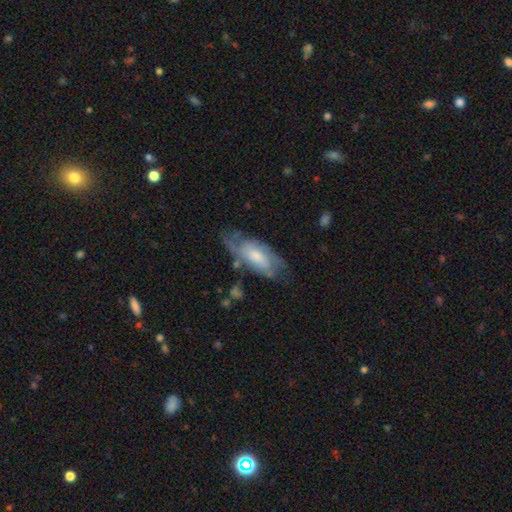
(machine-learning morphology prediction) Smooth or featured? featured or disk (62%)
Edge-on disk? no (86%)
Bar? no (61%)
Spiral arms? yes (82%)
Bulge size? moderate (47%)
Merging? none (60%)